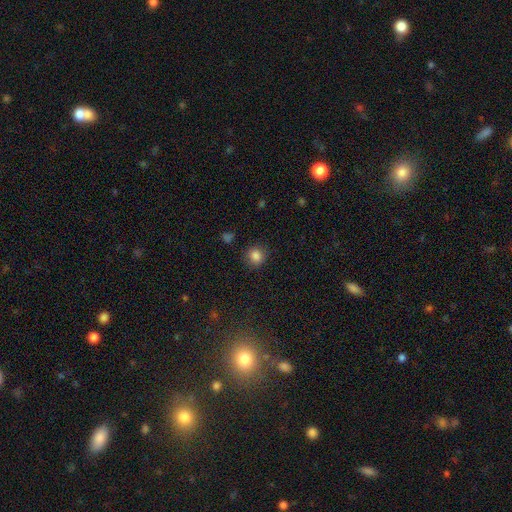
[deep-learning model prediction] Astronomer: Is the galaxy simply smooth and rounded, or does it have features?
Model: smooth — 84%.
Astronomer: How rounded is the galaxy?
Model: round — 87%.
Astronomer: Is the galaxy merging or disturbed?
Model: none — 86%.